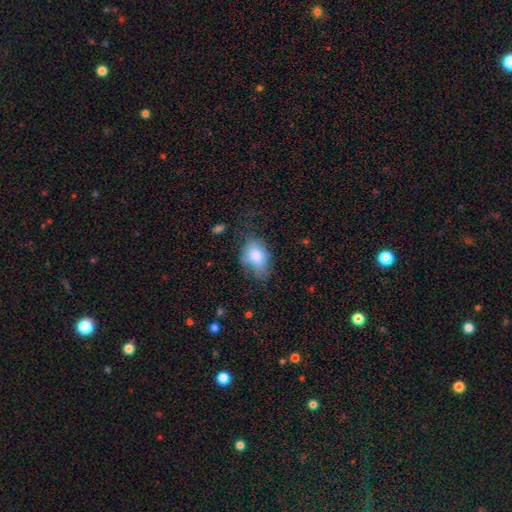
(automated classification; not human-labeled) smooth_or_featured: smooth (p=0.77) [alt: featured or disk p=0.15]
how_rounded: in between (p=0.87) [alt: round p=0.12]
merging: none (p=0.47) [alt: minor disturbance p=0.33]